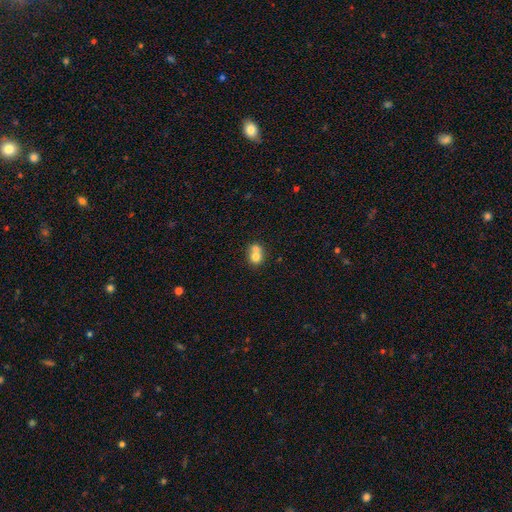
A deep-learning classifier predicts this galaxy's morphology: Overall: smooth (72%). How rounded: round (69%; in between 30%). Merging: merger (62%; none 28%).